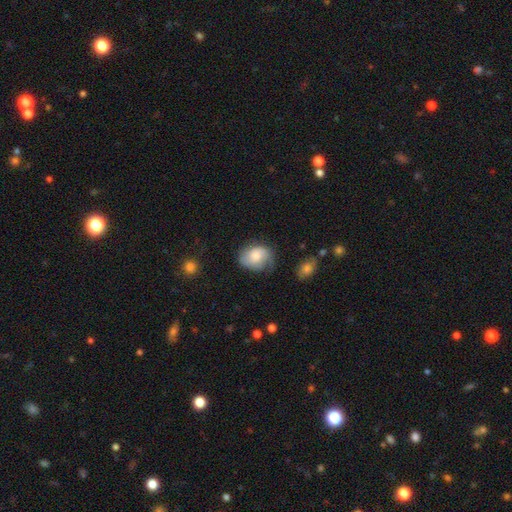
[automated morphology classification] Smooth or featured: smooth — 64% (featured or disk — 29%)
How rounded: in between — 55% (round — 44%)
Merging: none — 56% (minor disturbance — 30%)